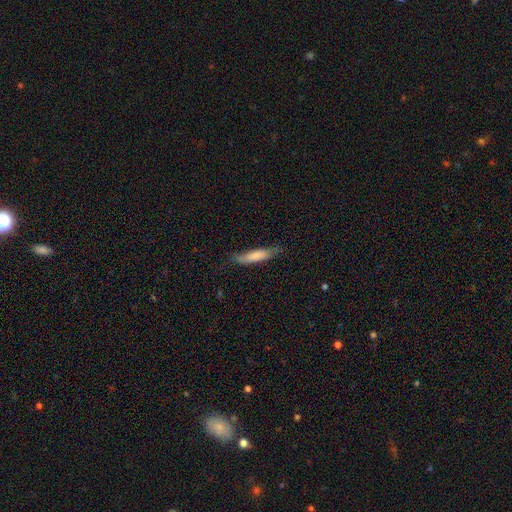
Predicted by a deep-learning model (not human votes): smooth 74%, featured or disk 20%, star or artifact 6%. Down the decision tree: how rounded — cigar-shaped (81%); merging — none (72%).